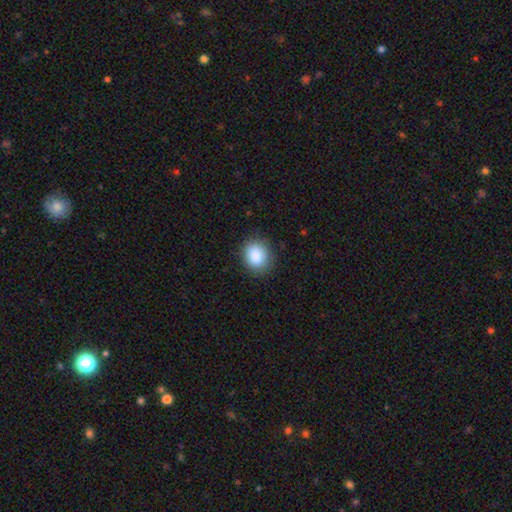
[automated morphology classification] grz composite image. It shows a smooth galaxy with no disk features (87%) that is round (60%). Merging: none (86%).